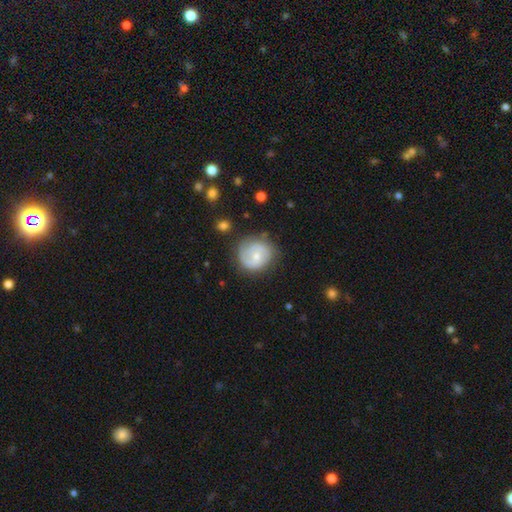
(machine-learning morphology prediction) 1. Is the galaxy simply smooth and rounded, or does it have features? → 58% featured or disk, 36% smooth, 6% star or artifact.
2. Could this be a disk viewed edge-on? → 98% no, 2% yes.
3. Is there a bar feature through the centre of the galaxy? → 58% no, 37% weak, 6% strong.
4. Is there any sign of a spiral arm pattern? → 83% yes, 17% no.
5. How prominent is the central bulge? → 53% small, 41% moderate, 3% none, 2% large, 1% dominant.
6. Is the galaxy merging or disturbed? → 72% none, 19% minor disturbance, 7% major disturbance, 2% merger.